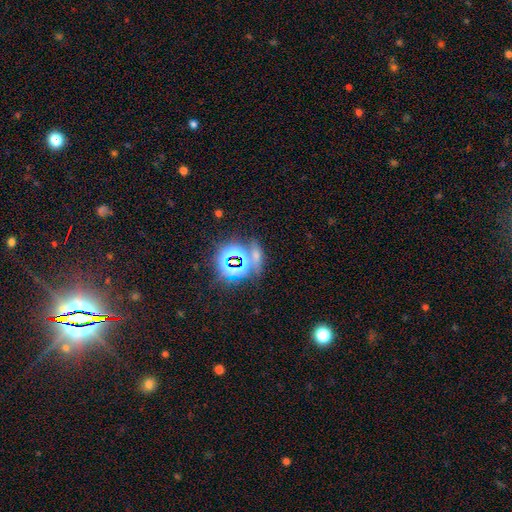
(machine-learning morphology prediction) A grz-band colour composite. It shows a star or artifact, not a galaxy (64%).